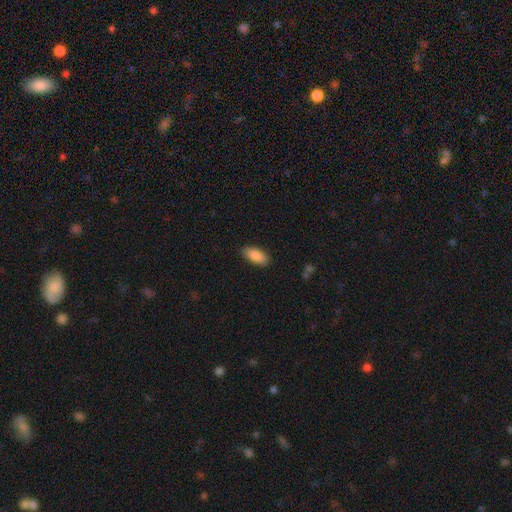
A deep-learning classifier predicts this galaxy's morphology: Smooth or featured? smooth (88%)
How rounded? in between (88%)
Merging? none (87%)